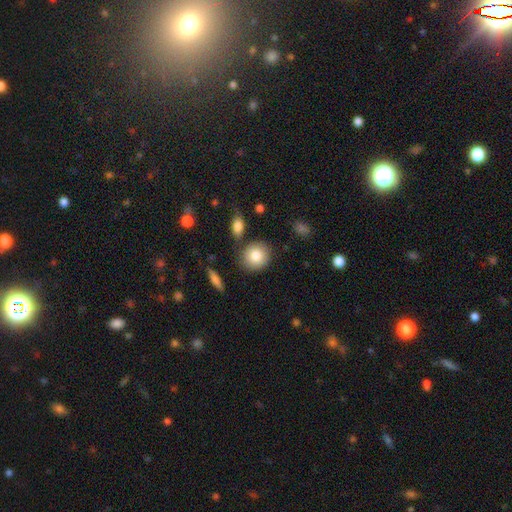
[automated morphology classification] This is clearly a smooth galaxy (82%). How rounded: clearly round (84%). Merging: clearly none (81%).